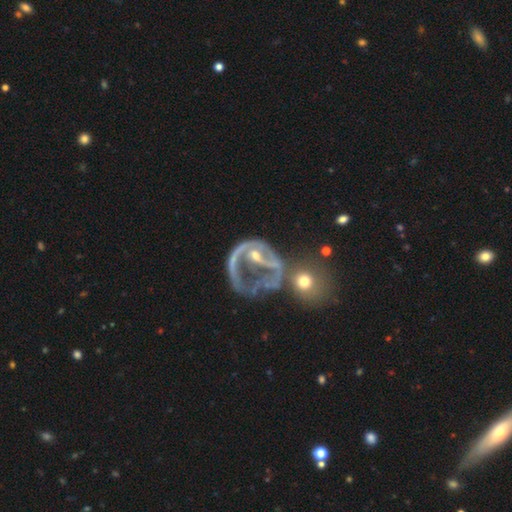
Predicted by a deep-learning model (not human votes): Smooth or featured: featured or disk — 78% (smooth — 13%)
Edge-on disk: no — 97% (yes — 3%)
Bar: no — 48% (weak — 30%)
Spiral arms: yes — 59% (no — 41%)
Bulge size: small — 45% (moderate — 42%)
Merging: major disturbance — 46% (merger — 25%)